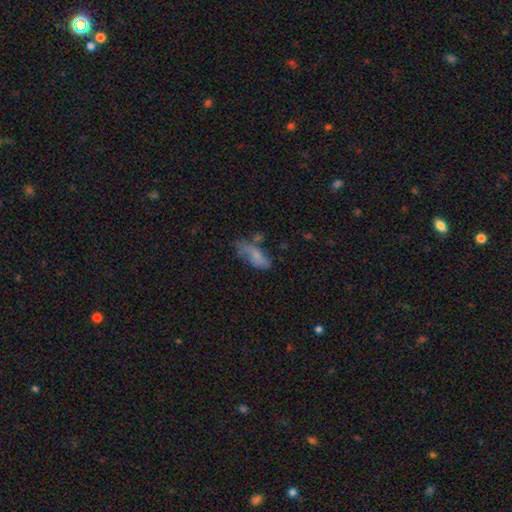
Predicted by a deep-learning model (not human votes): Smooth or featured: smooth — 67% (featured or disk — 24%)
How rounded: in between — 75% (cigar-shaped — 22%)
Merging: none — 41% (minor disturbance — 30%)